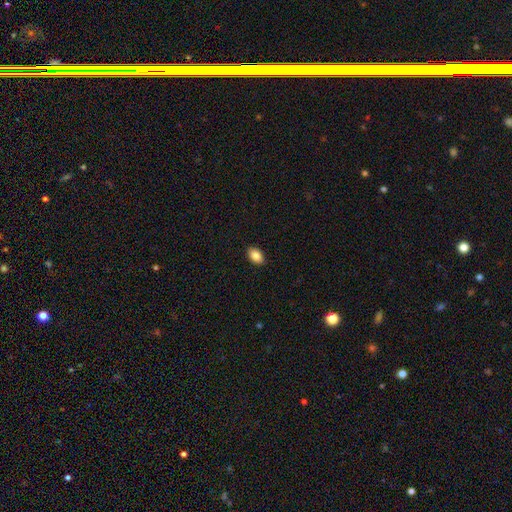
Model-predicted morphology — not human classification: Smooth or featured: smooth — 86% (star or artifact — 8%)
How rounded: in between — 89% (round — 9%)
Merging: none — 90% (minor disturbance — 7%)